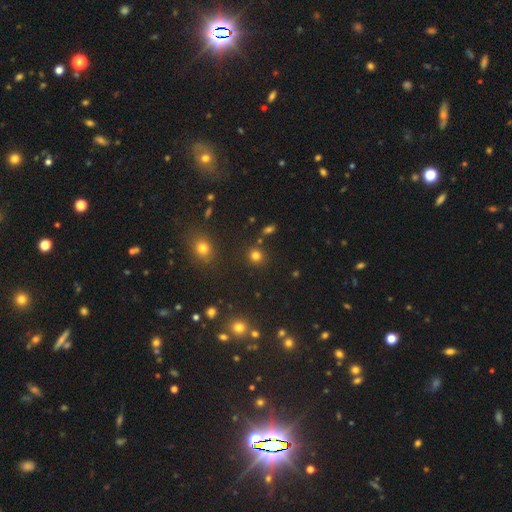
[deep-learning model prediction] The model was most divided on "smooth or featured": smooth: 76%, star or artifact: 18%, featured or disk: 6%. More confident: how rounded — round (88%); merging — none (83%).